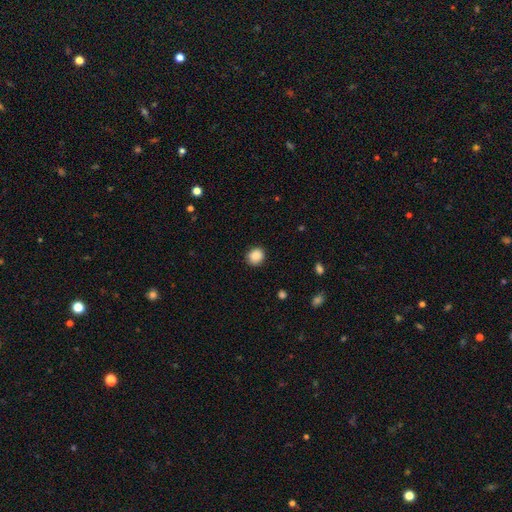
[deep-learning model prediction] Smooth or featured?
  - smooth: 88% *
  - star or artifact: 9%
  - featured or disk: 3%
How rounded?
  - round: 83% *
  - in between: 16%
  - cigar-shaped: 1%
Merging?
  - none: 88% *
  - minor disturbance: 8%
  - major disturbance: 2%
  - merger: 1%